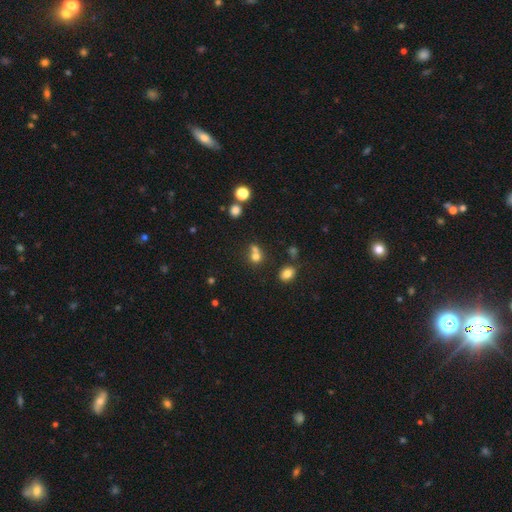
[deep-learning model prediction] A smooth galaxy with no disk features (71%) that is round (77%).

Vote fractions:
- Smooth or featured? smooth: 71% / star or artifact: 17% / featured or disk: 12%
- How rounded? round: 77% / in between: 22% / cigar-shaped: 1%
- Merging? merger: 48% / none: 40% / minor disturbance: 8% / major disturbance: 4%